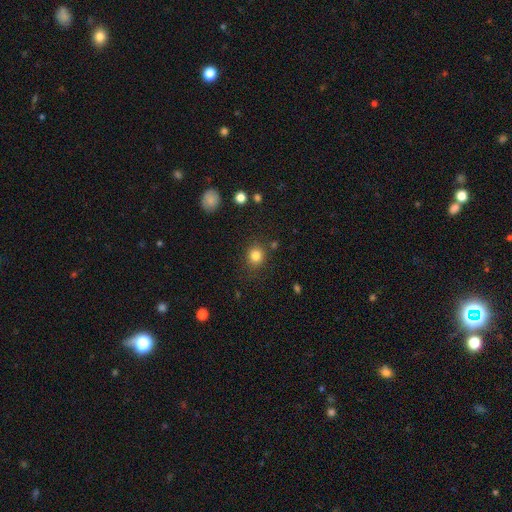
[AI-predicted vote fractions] This is clearly a smooth galaxy (83%). How rounded: clearly round (81%). Merging: clearly none (84%).